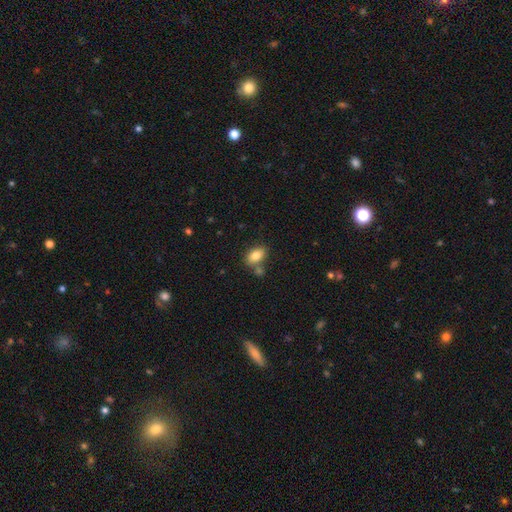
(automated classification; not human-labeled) Q: Smooth or featured?
A: smooth (83%); runner-up: featured or disk (9%)
Q: How rounded?
A: in between (89%); runner-up: round (9%)
Q: Merging?
A: none (65%); runner-up: merger (18%)